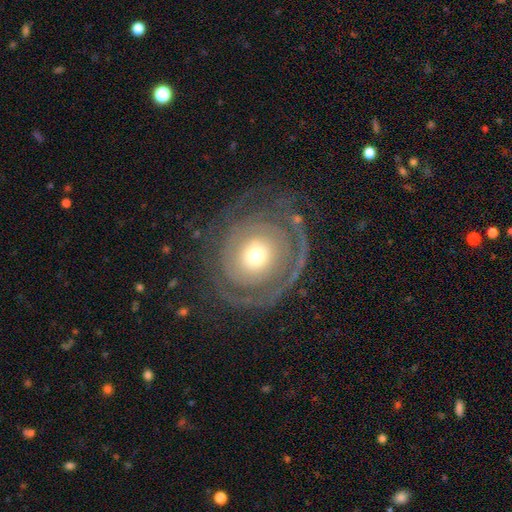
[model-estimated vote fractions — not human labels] A featured or disk galaxy (77%) with no bar (86%), 2 (37%) tight (71%) spiral arms (81%) and a moderate central bulge (48%).

Vote fractions:
- Smooth or featured? featured or disk: 77% / smooth: 17% / star or artifact: 6%
- Edge-on disk? no: 97% / yes: 3%
- Bar? no: 86% / weak: 10% / strong: 4%
- Spiral arms? yes: 81% / no: 19%
- Spiral winding? tight: 71% / medium: 19% / loose: 10%
- Spiral arm count? 2: 37% / can't tell: 27% / 1: 16% / 3: 9% / 4: 5% / more than 4: 5%
- Bulge size? moderate: 48% / small: 40% / large: 9% / dominant: 2% / none: 1%
- Merging? none: 68% / major disturbance: 16% / minor disturbance: 14% / merger: 2%